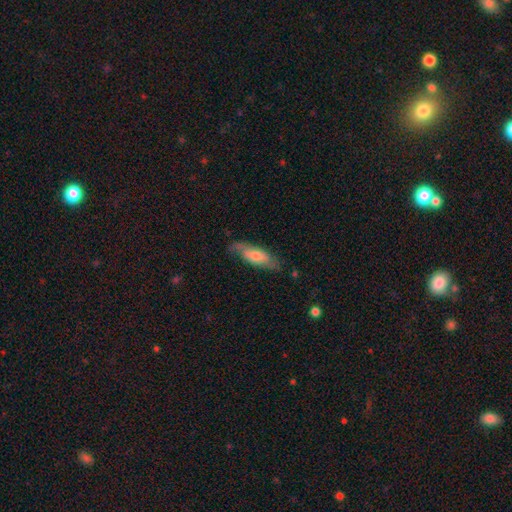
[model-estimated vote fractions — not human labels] Smooth or featured? featured or disk (49%)
Merging? none (69%)